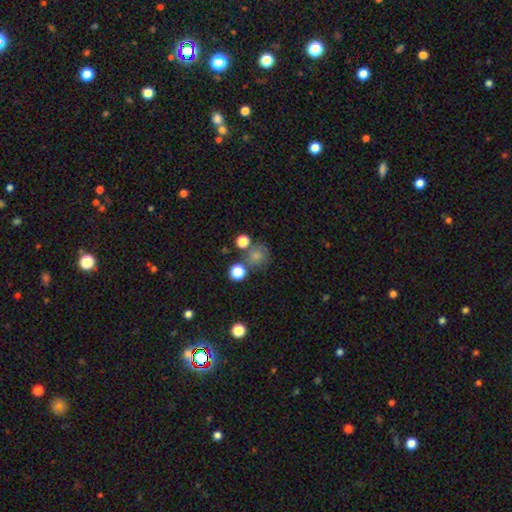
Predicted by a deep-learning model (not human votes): A smooth galaxy with no disk features (74%) that is round (84%). Merging: none (58%).